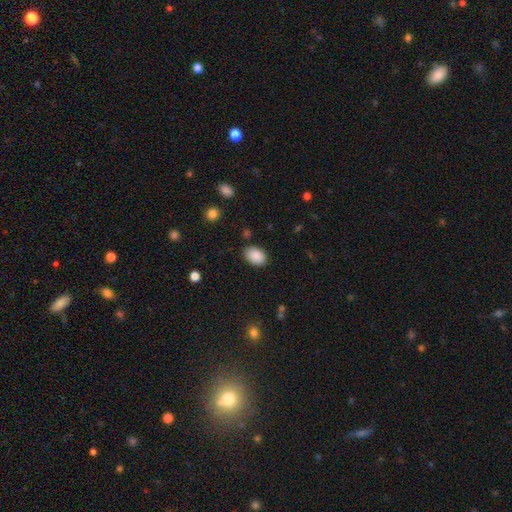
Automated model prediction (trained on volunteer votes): The model was most divided on "how rounded": in between: 83%, round: 16%, cigar-shaped: 1%. More confident: smooth or featured — smooth (89%); merging — none (85%).